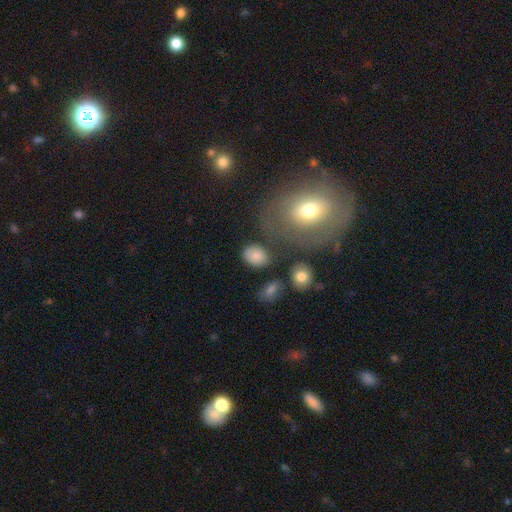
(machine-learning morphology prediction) smooth_or_featured: smooth (p=0.84) [alt: star or artifact p=0.09]
how_rounded: in between (p=0.67) [alt: round p=0.31]
merging: none (p=0.73) [alt: minor disturbance p=0.16]